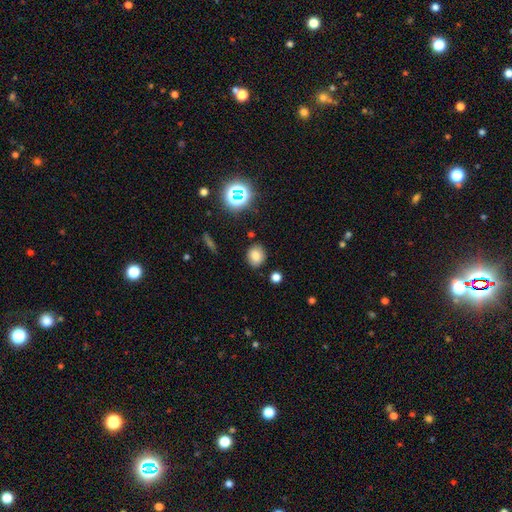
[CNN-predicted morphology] type=smooth (78%); roundness=round (60%); merging=none (84%).